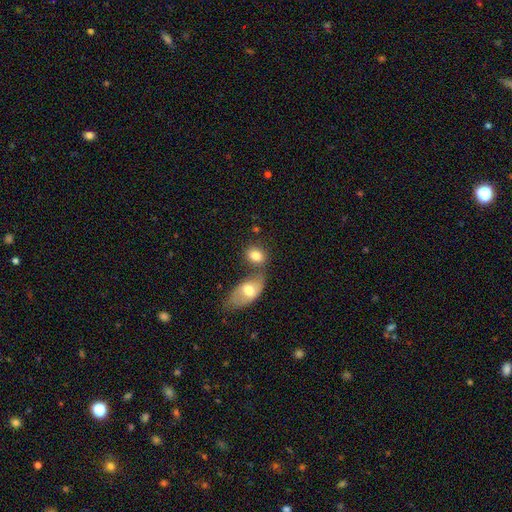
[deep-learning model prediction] Q: Smooth or featured?
A: smooth (79%); runner-up: featured or disk (13%)
Q: How rounded?
A: in between (69%); runner-up: round (29%)
Q: Merging?
A: none (46%); runner-up: merger (38%)